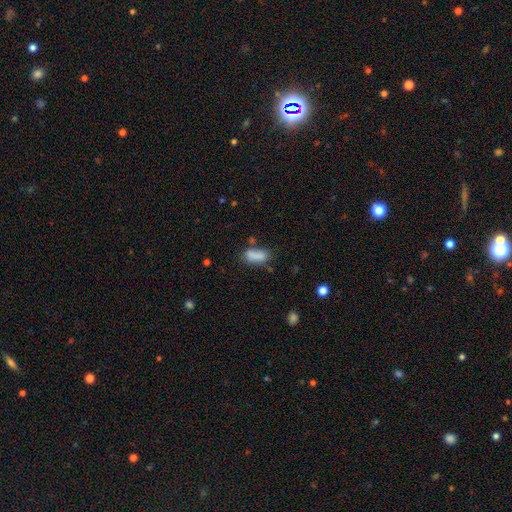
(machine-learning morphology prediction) A smooth galaxy with no disk features (81%) that is in between round and cigar-shaped (81%).

Vote fractions:
- Smooth or featured? smooth: 81% / featured or disk: 10% / star or artifact: 9%
- How rounded? in between: 81% / cigar-shaped: 16% / round: 3%
- Merging? none: 52% / minor disturbance: 23% / merger: 15% / major disturbance: 9%